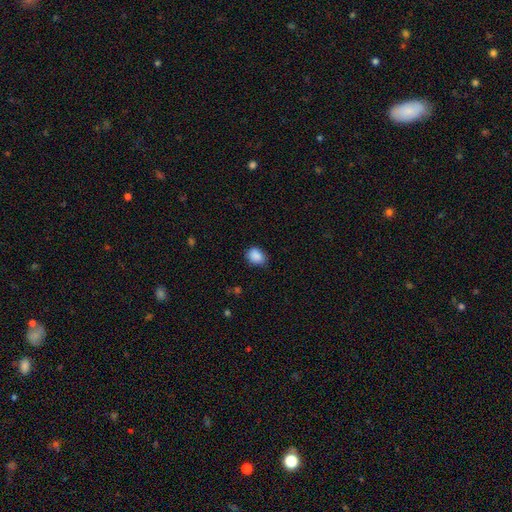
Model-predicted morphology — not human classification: Smooth or featured: smooth — 88% (star or artifact — 8%)
How rounded: in between — 56% (round — 43%)
Merging: none — 71% (minor disturbance — 23%)